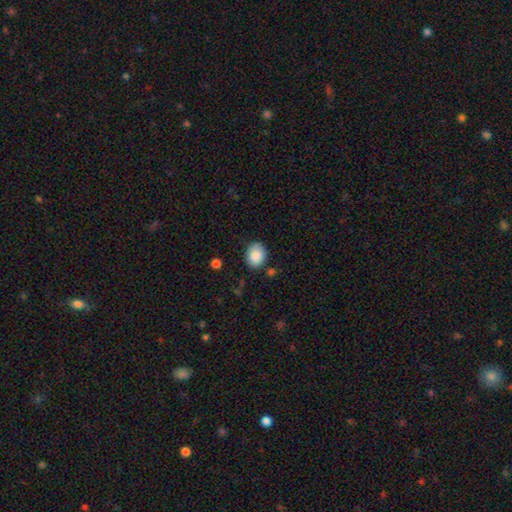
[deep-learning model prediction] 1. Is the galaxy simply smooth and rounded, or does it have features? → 88% smooth, 7% star or artifact, 5% featured or disk.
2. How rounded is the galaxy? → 53% in between, 46% round, 1% cigar-shaped.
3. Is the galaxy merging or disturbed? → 78% none, 16% minor disturbance, 4% major disturbance, 3% merger.